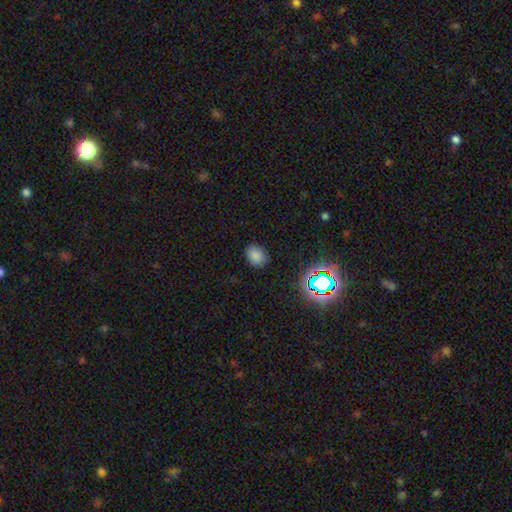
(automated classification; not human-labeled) The model was most divided on "how rounded": in between: 53%, round: 46%, cigar-shaped: 1%. More confident: merging — none (86%); smooth or featured — smooth (78%).